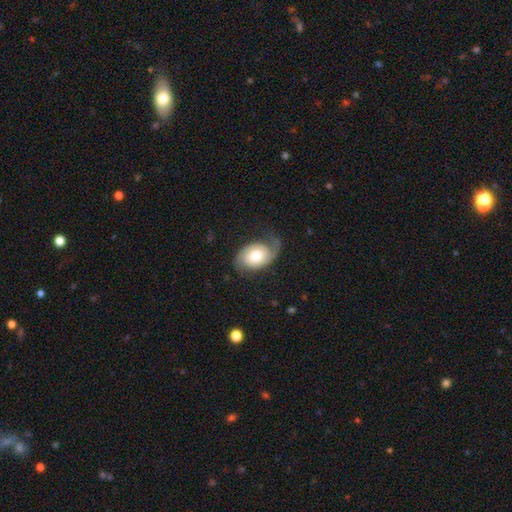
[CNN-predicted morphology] smooth-or-featured: featured or disk: 67% | smooth: 27% | star or artifact: 6%
  disk-edge-on: no: 97% | yes: 3%
    bar: no: 74% | weak: 21% | strong: 4%
    has-spiral-arms: yes: 91% | no: 9%
      spiral-winding: medium: 37% | loose: 34% | tight: 29%
      spiral-arm-count: 2: 66% | 1: 26% | can't tell: 5% | 3: 1% | 4: 1% | more than 4: 1%
    bulge-size: moderate: 50% | large: 32% | small: 9% | dominant: 6% | none: 2%
  merging: none: 52% | minor disturbance: 26% | major disturbance: 20% | merger: 1%